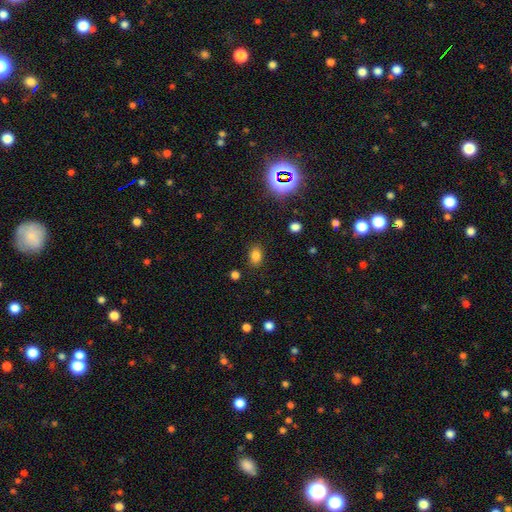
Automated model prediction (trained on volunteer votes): A smooth galaxy with no disk features (81%) that is in between round and cigar-shaped (76%). Merging: none (84%).